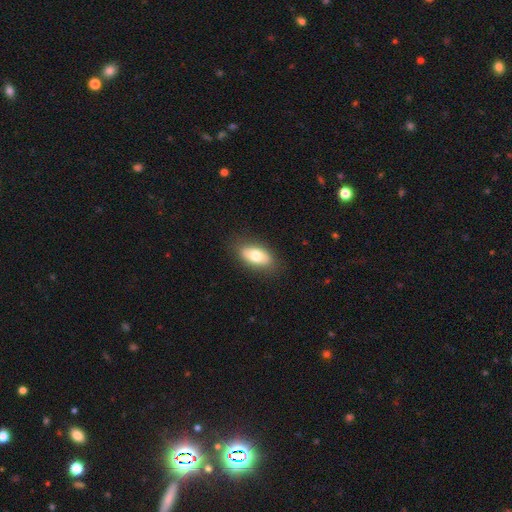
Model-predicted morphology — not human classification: smooth_or_featured: smooth (p=0.70) [alt: featured or disk p=0.23]
how_rounded: in between (p=0.90) [alt: cigar-shaped p=0.05]
merging: none (p=0.84) [alt: minor disturbance p=0.12]